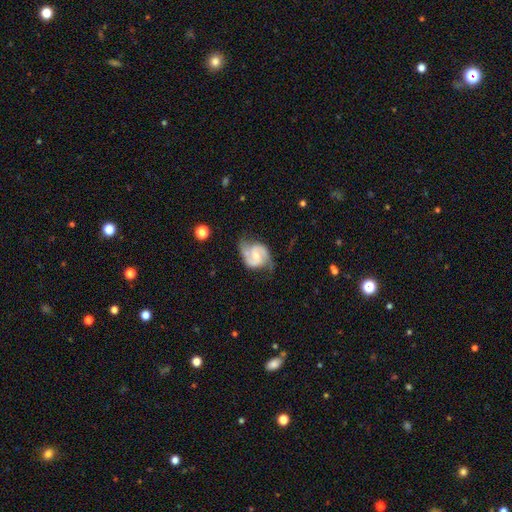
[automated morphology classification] Q: Smooth or featured?
A: featured or disk (87%); runner-up: smooth (8%)
Q: Edge-on disk?
A: no (98%); runner-up: yes (2%)
Q: Bar?
A: weak (47%); runner-up: no (39%)
Q: Spiral arms?
A: yes (97%); runner-up: no (3%)
Q: Spiral winding?
A: medium (55%); runner-up: tight (25%)
Q: Spiral arm count?
A: 2 (92%); runner-up: can't tell (3%)
Q: Bulge size?
A: small (50%); runner-up: moderate (41%)
Q: Merging?
A: none (68%); runner-up: minor disturbance (22%)